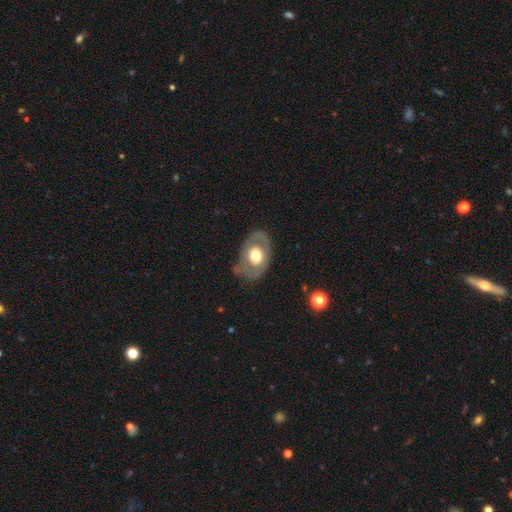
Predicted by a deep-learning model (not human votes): A featured or disk galaxy (52%).

Vote fractions:
- Smooth or featured? featured or disk: 52% / smooth: 43% / star or artifact: 6%
- Edge-on disk? no: 92% / yes: 8%
- Merging? none: 69% / minor disturbance: 20% / major disturbance: 10% / merger: 2%